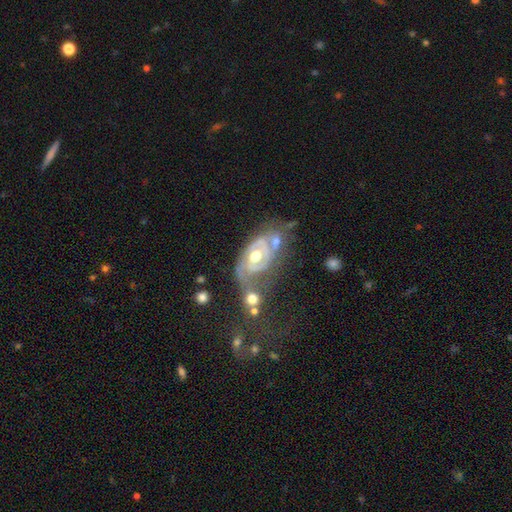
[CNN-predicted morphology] Smooth or featured? featured or disk (81%)
Edge-on disk? no (96%)
Bar? no (70%)
Spiral arms? yes (83%)
Spiral winding? tight (57%)
Spiral arm count? 2 (54%)
Bulge size? moderate (76%)
Merging? none (36%)